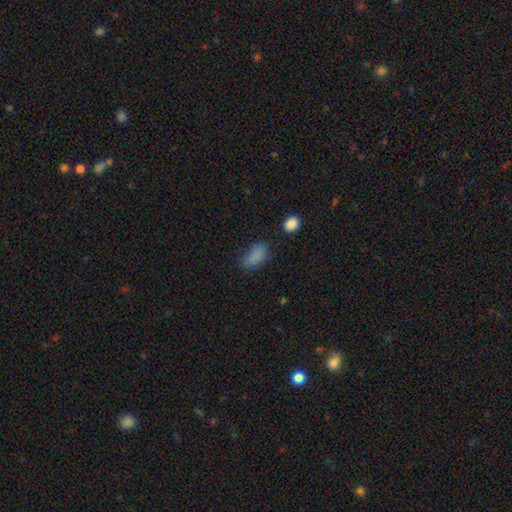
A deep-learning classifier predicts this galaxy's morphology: type=smooth (83%); roundness=in between (90%); merging=none (62%).